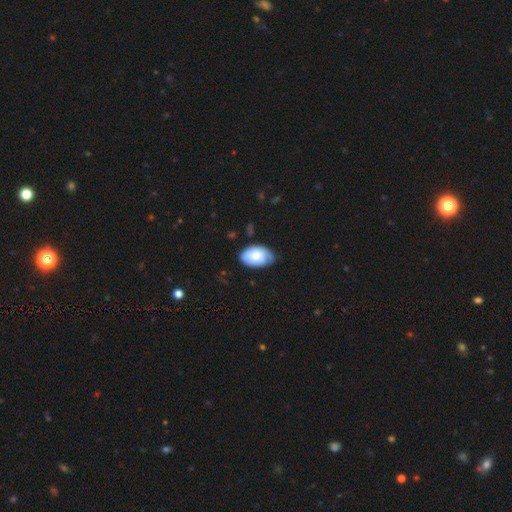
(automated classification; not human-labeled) Smooth or featured: smooth — 74% (featured or disk — 20%)
How rounded: in between — 90% (round — 9%)
Merging: none — 60% (minor disturbance — 32%)